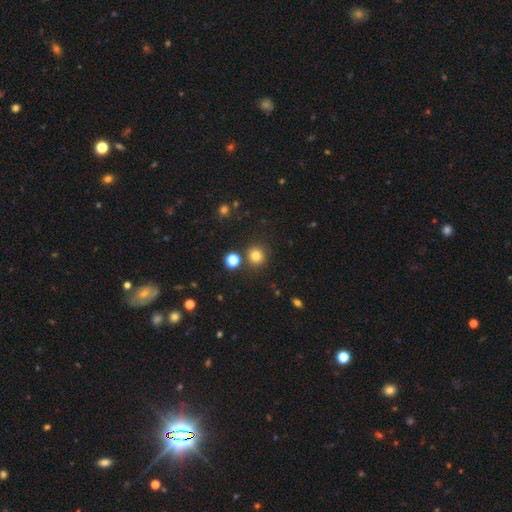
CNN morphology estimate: Overall: smooth (80%). How rounded: round (91%). Merging: none (84%).